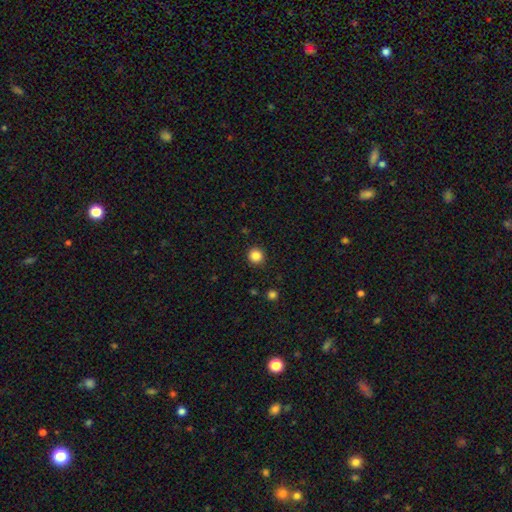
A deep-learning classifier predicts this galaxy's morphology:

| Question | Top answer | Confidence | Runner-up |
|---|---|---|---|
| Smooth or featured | smooth | 85% | star or artifact (12%) |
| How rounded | round | 94% | in between (5%) |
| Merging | none | 92% | minor disturbance (5%) |